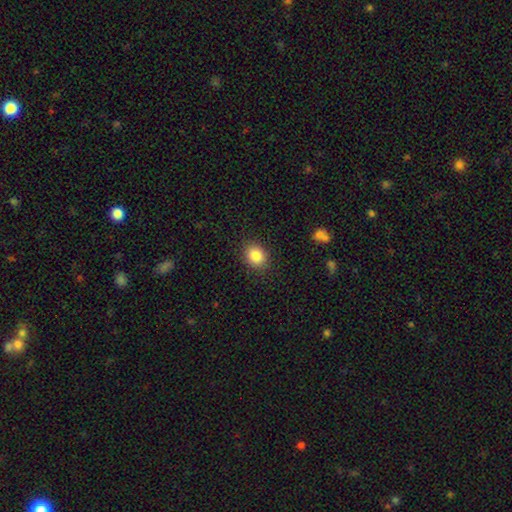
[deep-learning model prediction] Smooth or featured?
  - smooth: 85% *
  - star or artifact: 9%
  - featured or disk: 6%
How rounded?
  - round: 52% *
  - in between: 47%
  - cigar-shaped: 1%
Merging?
  - none: 87% *
  - minor disturbance: 9%
  - major disturbance: 3%
  - merger: 1%